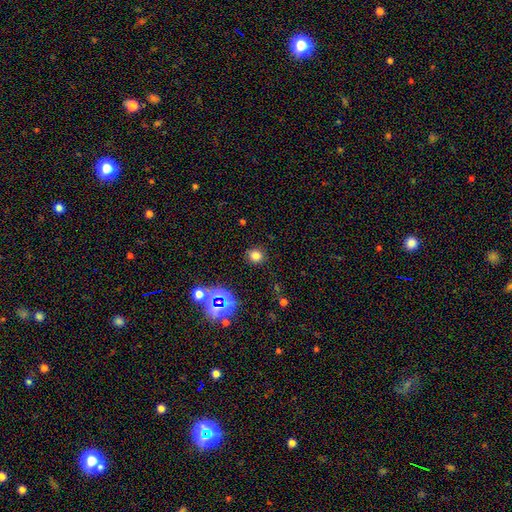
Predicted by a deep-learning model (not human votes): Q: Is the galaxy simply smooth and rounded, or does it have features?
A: smooth — 75%.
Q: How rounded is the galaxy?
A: round — 88%.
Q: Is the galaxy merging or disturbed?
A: none — 88%.